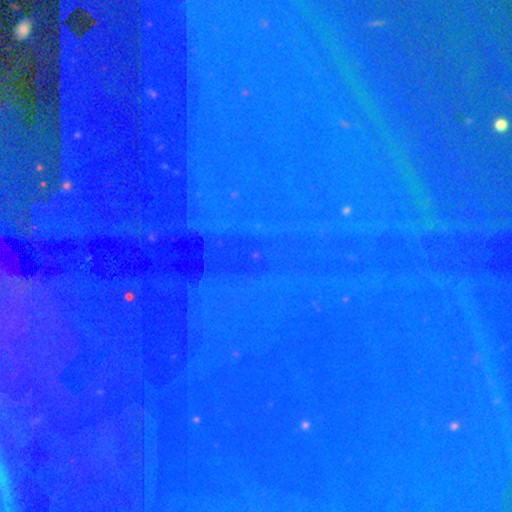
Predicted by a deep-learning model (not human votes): smooth-or-featured: star or artifact: 84% | featured or disk: 8% | smooth: 8%